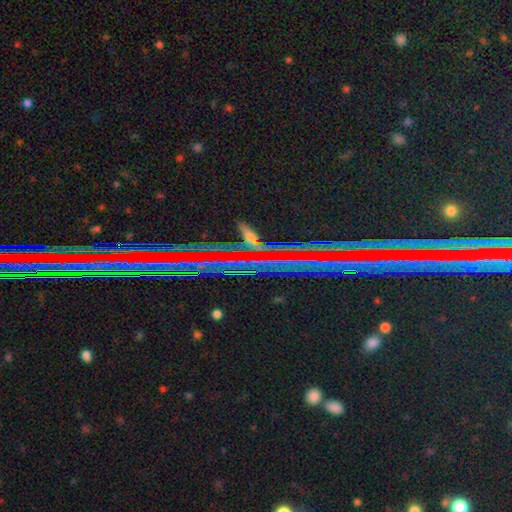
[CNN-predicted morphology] Smooth or featured?
  - star or artifact: 83% *
  - featured or disk: 10%
  - smooth: 7%